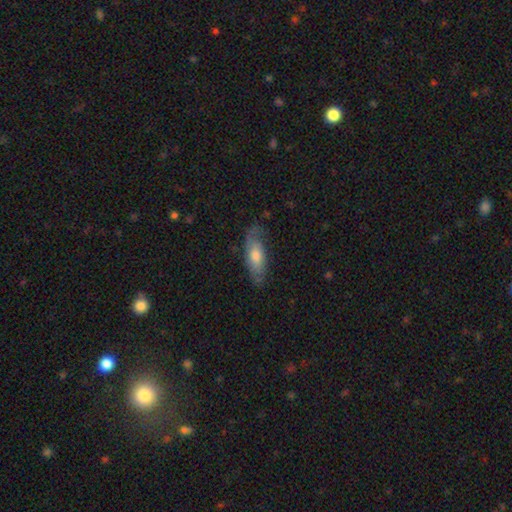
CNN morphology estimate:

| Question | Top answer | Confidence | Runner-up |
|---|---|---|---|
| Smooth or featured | smooth | 53% | featured or disk (41%) |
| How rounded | in between | 70% | cigar-shaped (28%) |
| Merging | none | 66% | minor disturbance (24%) |